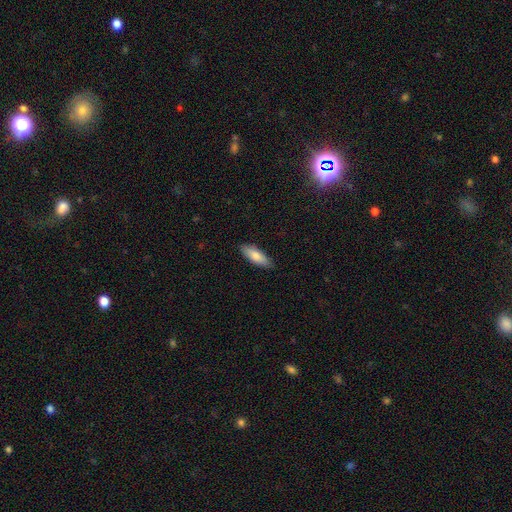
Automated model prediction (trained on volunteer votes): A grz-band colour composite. It shows a smooth galaxy with no disk features (79%) that is in between round and cigar-shaped (60%). Merging: none (88%).